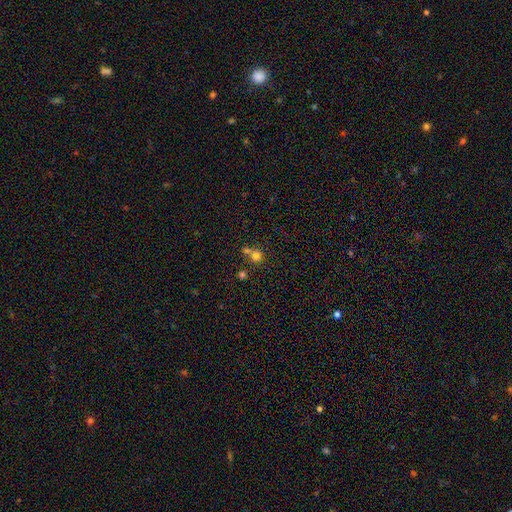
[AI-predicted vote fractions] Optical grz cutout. It shows a smooth galaxy with no disk features (75%) that is round (89%). Merging: none (49%).